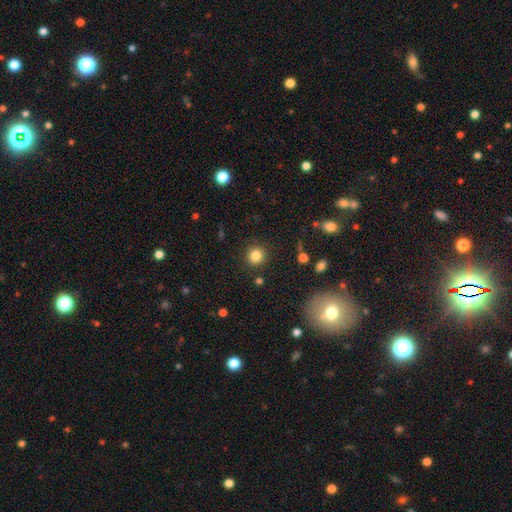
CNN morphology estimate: smooth_or_featured: smooth (p=0.83) [alt: star or artifact p=0.12]
how_rounded: round (p=0.91) [alt: in between p=0.08]
merging: none (p=0.89) [alt: minor disturbance p=0.06]